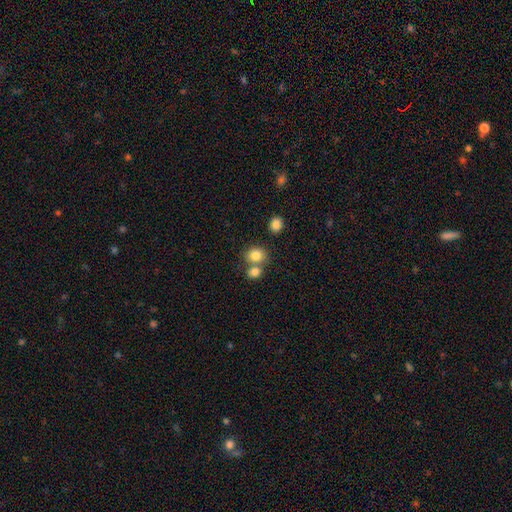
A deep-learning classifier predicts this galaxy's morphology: Smooth or featured?
  - smooth: 82% *
  - star or artifact: 11%
  - featured or disk: 7%
How rounded?
  - round: 66% *
  - in between: 33%
  - cigar-shaped: 1%
Merging?
  - none: 54% *
  - merger: 34%
  - minor disturbance: 9%
  - major disturbance: 3%